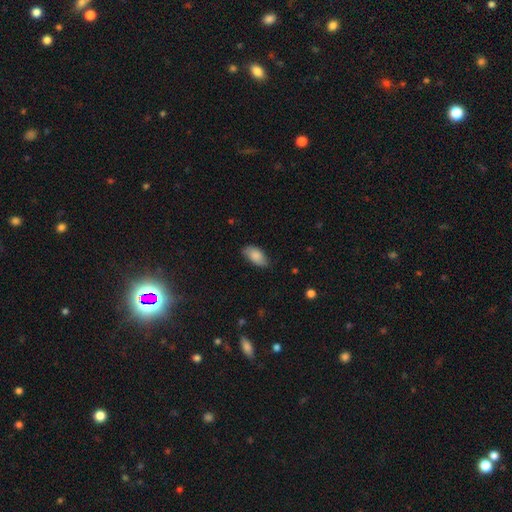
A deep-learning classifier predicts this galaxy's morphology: Smooth or featured?
  - smooth: 85% *
  - featured or disk: 9%
  - star or artifact: 6%
How rounded?
  - in between: 93% *
  - cigar-shaped: 4%
  - round: 3%
Merging?
  - none: 77% *
  - minor disturbance: 19%
  - major disturbance: 3%
  - merger: 1%